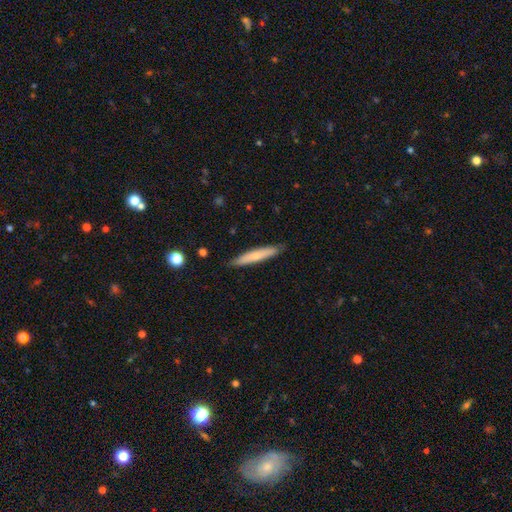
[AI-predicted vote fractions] A smooth galaxy with no disk features (64%) that is cigar-shaped (92%).

Vote fractions:
- Smooth or featured? smooth: 64% / featured or disk: 31% / star or artifact: 6%
- How rounded? cigar-shaped: 92% / in between: 7% / round: 1%
- Merging? none: 88% / minor disturbance: 10% / major disturbance: 2% / merger: 1%